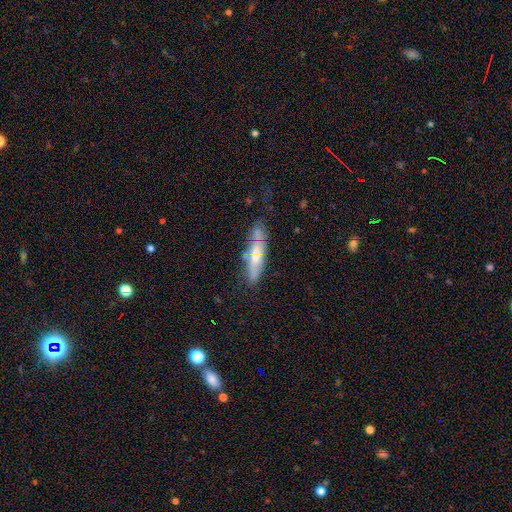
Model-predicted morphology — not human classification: Smooth or featured?
  - smooth: 47% *
  - featured or disk: 46%
  - star or artifact: 7%
Merging?
  - none: 57% *
  - minor disturbance: 26%
  - major disturbance: 9%
  - merger: 8%